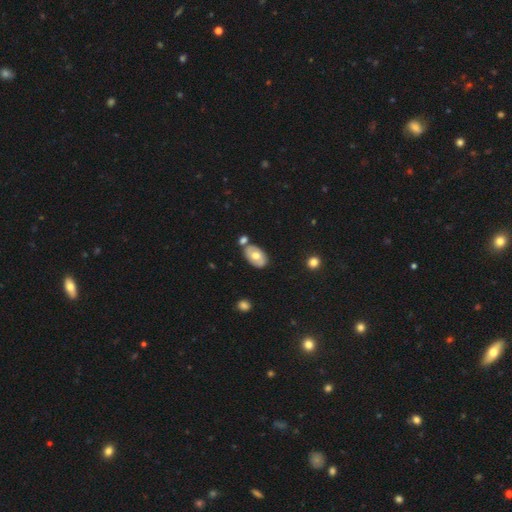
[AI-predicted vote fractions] Smooth or featured?
  - smooth: 56% *
  - featured or disk: 37%
  - star or artifact: 7%
How rounded?
  - in between: 90% *
  - round: 9%
  - cigar-shaped: 2%
Merging?
  - none: 67% *
  - merger: 15%
  - minor disturbance: 14%
  - major disturbance: 4%